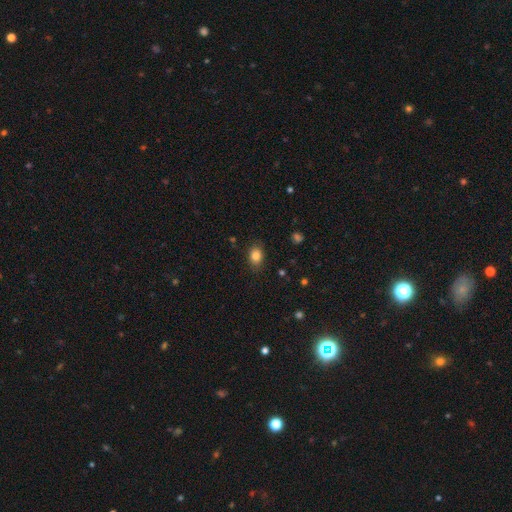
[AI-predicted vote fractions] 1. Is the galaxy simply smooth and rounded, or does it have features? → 84% smooth, 10% star or artifact, 6% featured or disk.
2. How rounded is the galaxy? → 63% in between, 36% round, 1% cigar-shaped.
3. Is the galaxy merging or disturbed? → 83% none, 13% minor disturbance, 3% major disturbance, 1% merger.